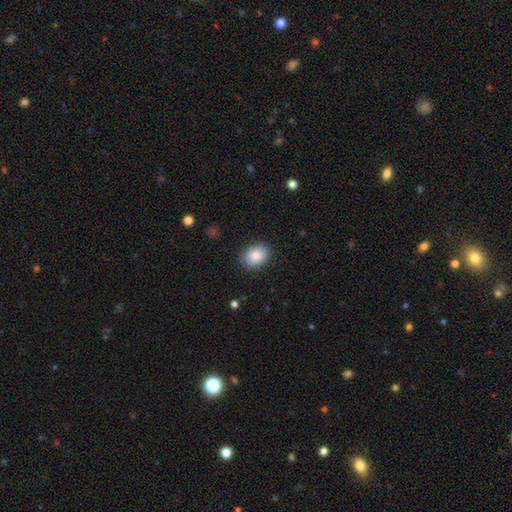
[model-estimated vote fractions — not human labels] smooth 86%, star or artifact 7%, featured or disk 7%. Down the decision tree: how rounded — in between (68%); merging — none (87%).